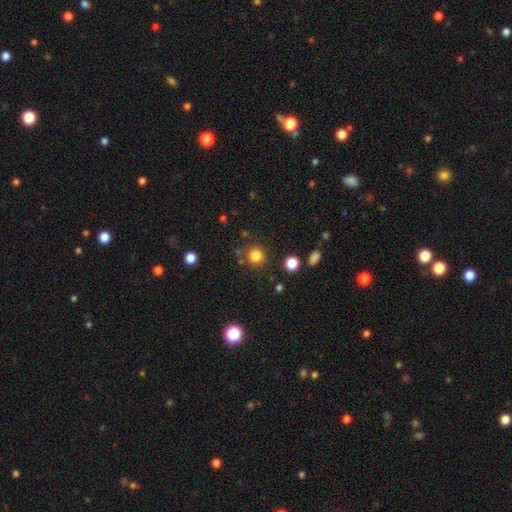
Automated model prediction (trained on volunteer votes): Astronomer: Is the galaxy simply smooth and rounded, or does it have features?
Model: smooth — 82%.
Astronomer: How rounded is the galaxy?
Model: round — 92%.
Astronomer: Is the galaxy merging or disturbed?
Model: none — 82%.